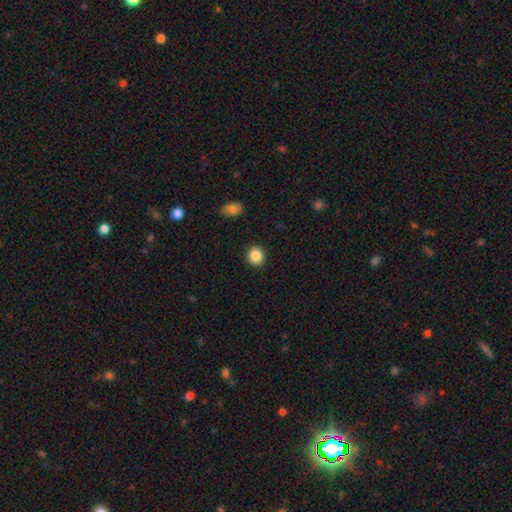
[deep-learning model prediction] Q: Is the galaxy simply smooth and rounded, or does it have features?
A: smooth — 86%.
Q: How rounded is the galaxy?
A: round — 86%.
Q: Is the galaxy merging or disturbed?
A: none — 92%.